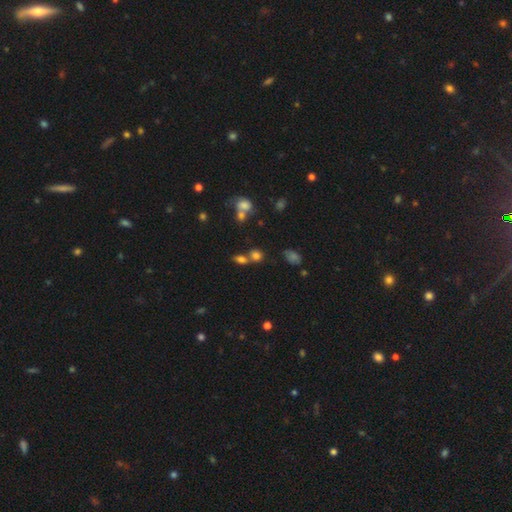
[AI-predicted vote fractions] Smooth or featured? smooth (73%)
How rounded? round (60%)
Merging? none (47%)